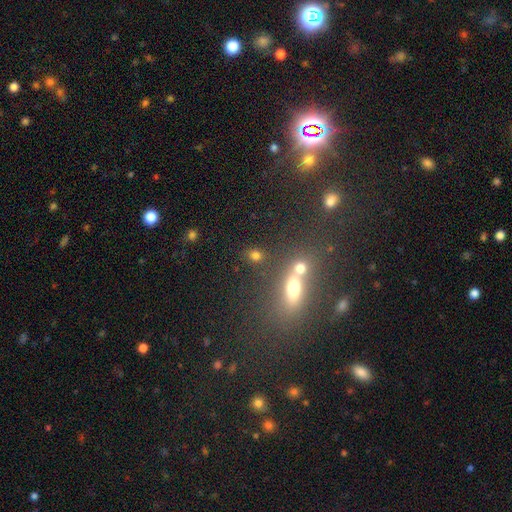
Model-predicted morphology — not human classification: This is likely a smooth galaxy (72%). How rounded: possibly in between (51%). Merging: likely none (68%).